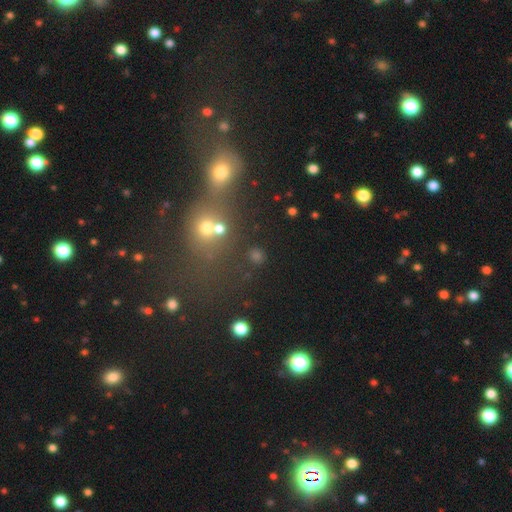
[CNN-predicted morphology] smooth_or_featured: smooth (p=0.58) [alt: star or artifact p=0.31]
how_rounded: round (p=0.74) [alt: in between p=0.23]
merging: none (p=0.61) [alt: merger p=0.24]